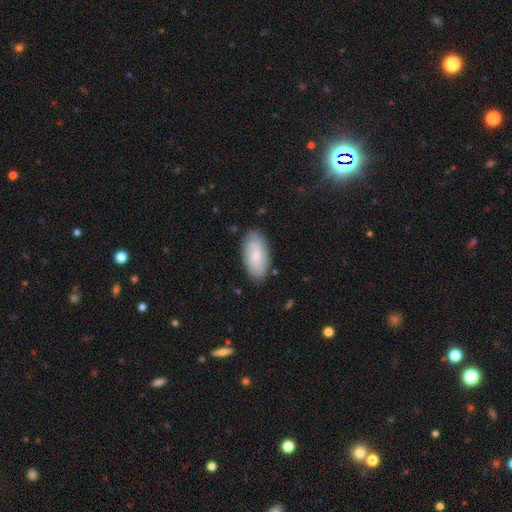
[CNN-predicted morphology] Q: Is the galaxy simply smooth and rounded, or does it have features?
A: smooth — 69%.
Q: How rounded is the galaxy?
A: in between — 93%.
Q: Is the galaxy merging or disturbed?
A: none — 80%.